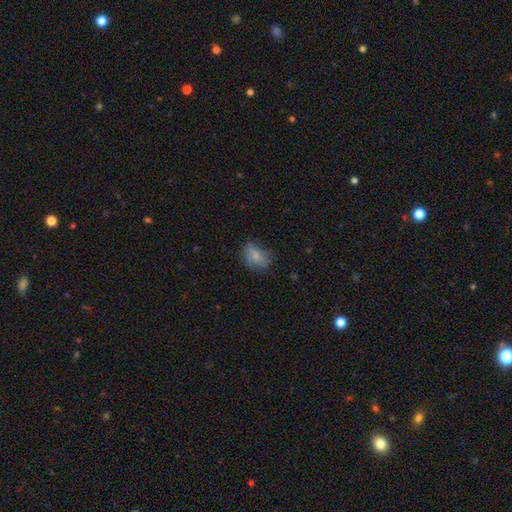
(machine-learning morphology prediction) A smooth galaxy with no disk features (71%) that is in between round and cigar-shaped (72%).

Vote fractions:
- Smooth or featured? smooth: 71% / featured or disk: 19% / star or artifact: 10%
- How rounded? in between: 72% / round: 26% / cigar-shaped: 2%
- Merging? none: 56% / minor disturbance: 30% / major disturbance: 12% / merger: 2%